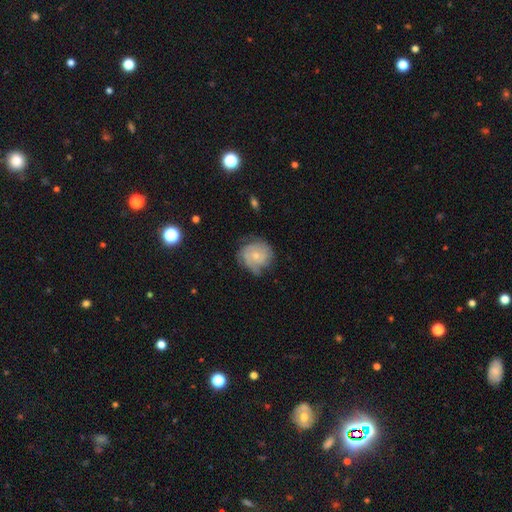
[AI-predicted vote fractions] Smooth or featured? featured or disk (62%)
Edge-on disk? no (98%)
Bar? no (78%)
Spiral arms? yes (85%)
Spiral winding? tight (57%)
Spiral arm count? 2 (40%)
Bulge size? small (62%)
Merging? none (58%)